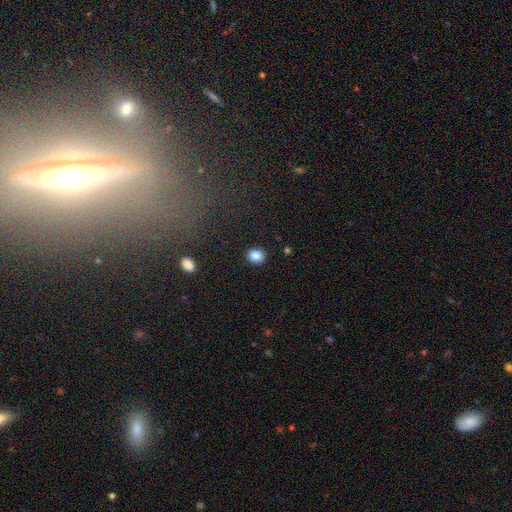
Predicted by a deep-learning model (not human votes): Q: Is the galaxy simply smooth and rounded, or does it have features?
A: smooth — 86%.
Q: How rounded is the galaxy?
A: round — 69%.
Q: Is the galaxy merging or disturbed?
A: none — 90%.